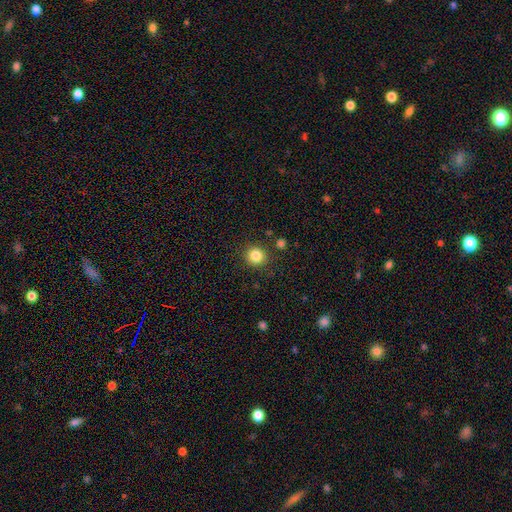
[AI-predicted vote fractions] A smooth galaxy with no disk features (84%) that is round (90%). Merging: none (88%).